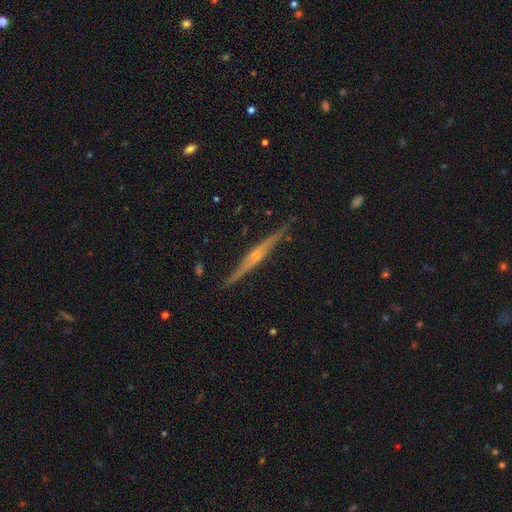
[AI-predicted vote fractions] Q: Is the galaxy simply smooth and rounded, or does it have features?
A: featured or disk — 79%.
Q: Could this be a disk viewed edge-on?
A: yes — 98%.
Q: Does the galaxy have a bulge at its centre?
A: rounded — 63%.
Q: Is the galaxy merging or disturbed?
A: none — 87%.